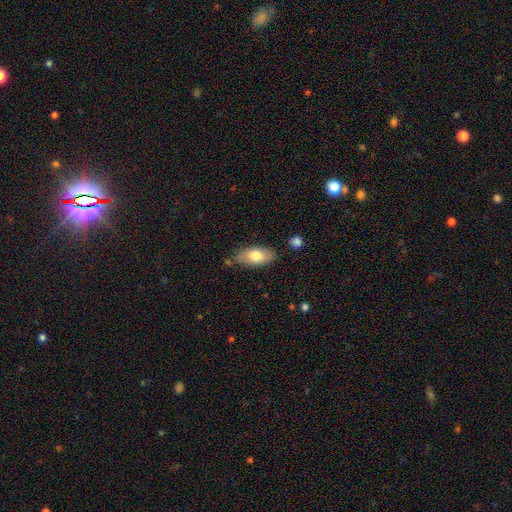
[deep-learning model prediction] Smooth or featured? Predicted: smooth (p=0.72). How rounded? Predicted: in between (p=0.90). Merging? Predicted: none (p=0.76).